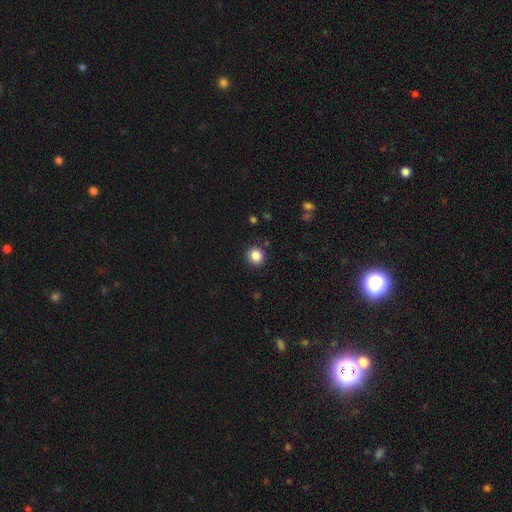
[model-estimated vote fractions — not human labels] A smooth galaxy with no disk features (86%) that is round (89%). Merging: none (91%).